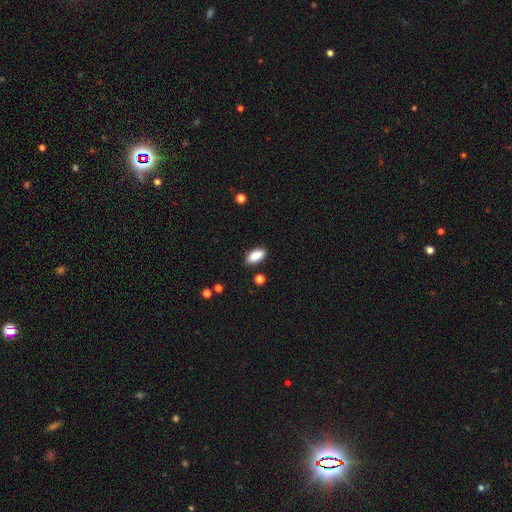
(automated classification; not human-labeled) This appears to be a smooth galaxy with no disk features (88%) that is in between round and cigar-shaped (88%). Merging: none (86%).